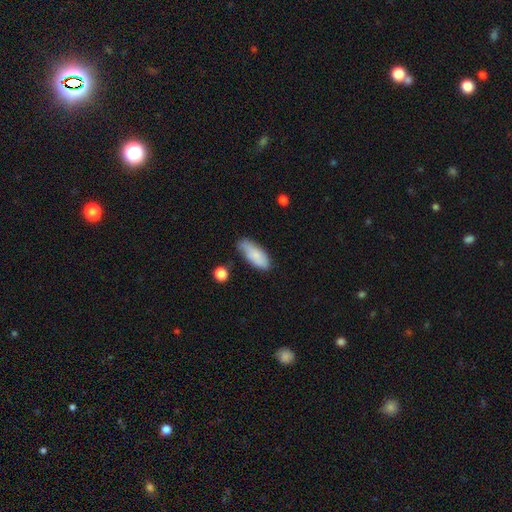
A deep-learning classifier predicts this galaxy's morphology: A smooth galaxy with no disk features (77%) that is in between round and cigar-shaped (79%).

Vote fractions:
- Smooth or featured? smooth: 77% / featured or disk: 16% / star or artifact: 7%
- How rounded? in between: 79% / cigar-shaped: 19% / round: 2%
- Merging? none: 54% / minor disturbance: 32% / major disturbance: 9% / merger: 5%